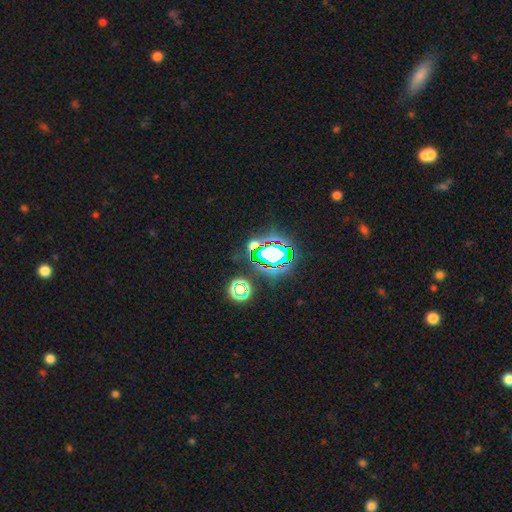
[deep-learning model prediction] Smooth or featured? Predicted: star or artifact (p=0.76).